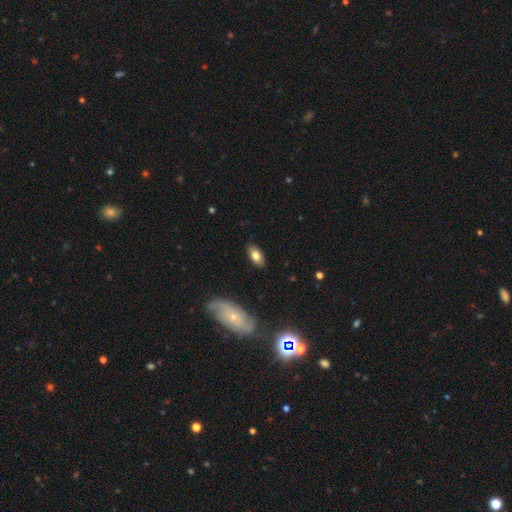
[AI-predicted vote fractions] smooth 75%, featured or disk 18%, star or artifact 7%. Down the decision tree: how rounded — in between (90%); merging — none (85%).